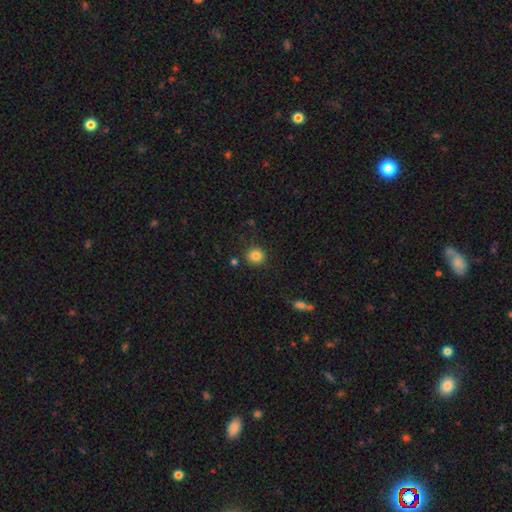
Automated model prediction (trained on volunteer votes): A smooth galaxy with no disk features (84%) that is round (89%). Merging: none (86%).